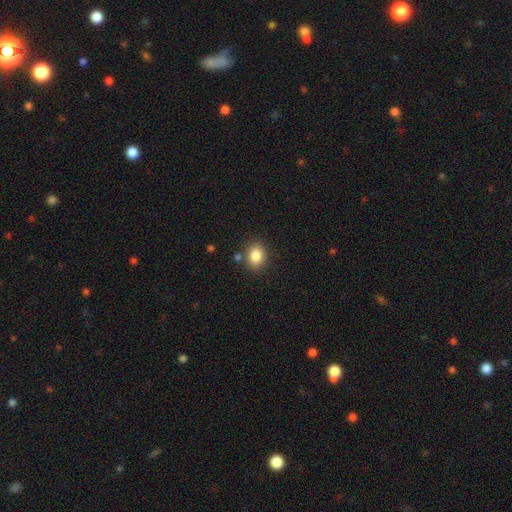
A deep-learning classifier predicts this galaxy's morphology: Smooth or featured? Predicted: smooth (p=0.85). How rounded? Predicted: in between (p=0.57). Merging? Predicted: none (p=0.81).